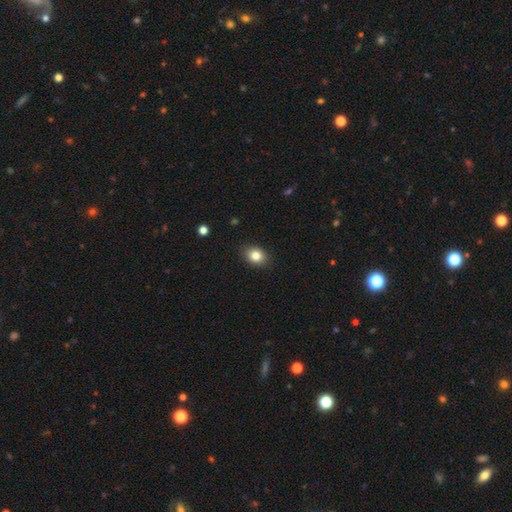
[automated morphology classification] Q: Smooth or featured?
A: smooth (83%); runner-up: star or artifact (10%)
Q: How rounded?
A: in between (60%); runner-up: round (39%)
Q: Merging?
A: none (87%); runner-up: minor disturbance (10%)